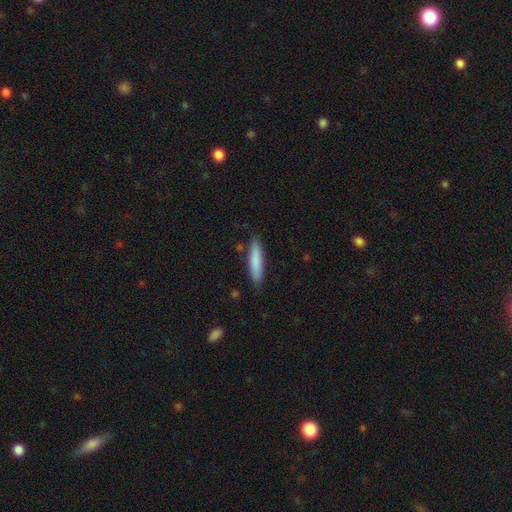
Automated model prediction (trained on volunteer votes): Smooth or featured? smooth (82%)
How rounded? cigar-shaped (84%)
Merging? none (86%)